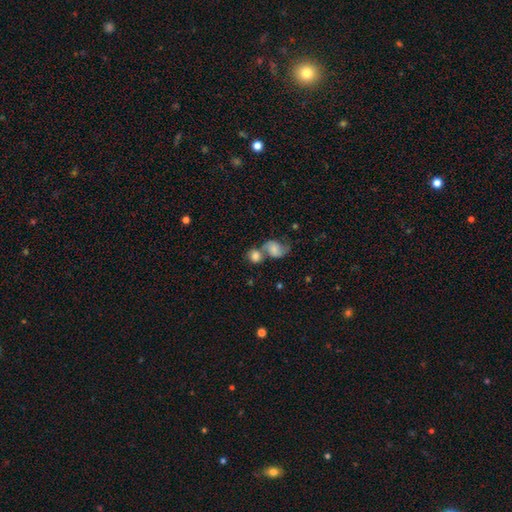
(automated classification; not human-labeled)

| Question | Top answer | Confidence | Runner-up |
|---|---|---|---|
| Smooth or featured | smooth | 72% | featured or disk (19%) |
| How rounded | round | 67% | in between (32%) |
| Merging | merger | 56% | none (30%) |